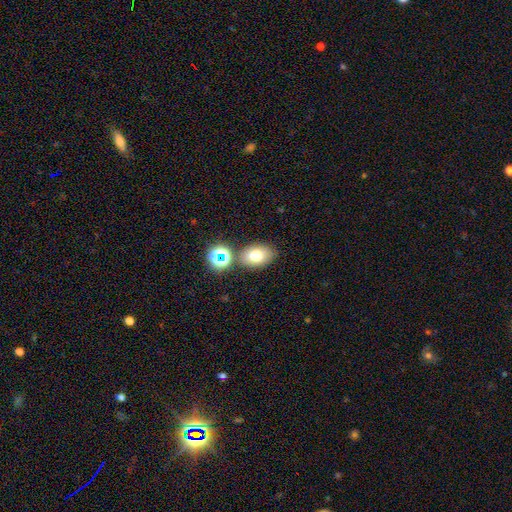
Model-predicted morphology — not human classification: Smooth or featured: smooth — 74% (star or artifact — 13%)
How rounded: in between — 80% (round — 18%)
Merging: none — 76% (minor disturbance — 11%)